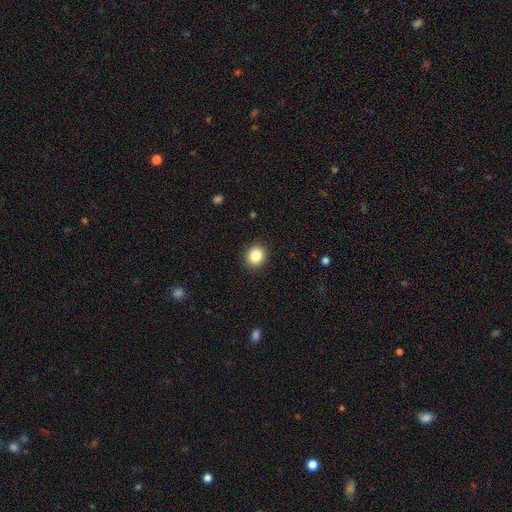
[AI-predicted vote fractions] This is clearly a smooth galaxy (85%). How rounded: likely round (75%). Merging: clearly none (90%).